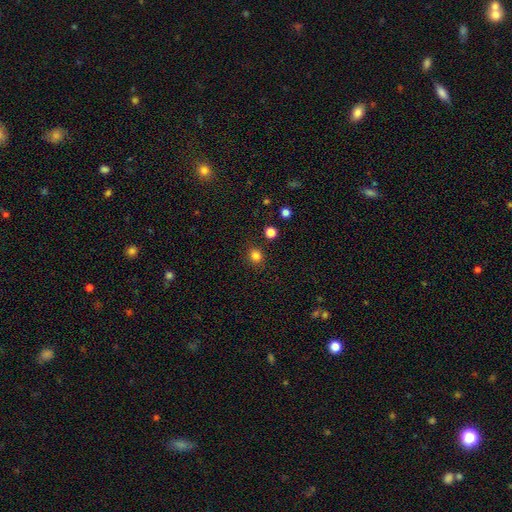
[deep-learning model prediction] A smooth galaxy with no disk features (82%) that is round (80%).

Vote fractions:
- Smooth or featured? smooth: 82% / star or artifact: 13% / featured or disk: 4%
- How rounded? round: 80% / in between: 19% / cigar-shaped: 1%
- Merging? none: 87% / minor disturbance: 8% / major disturbance: 2% / merger: 2%